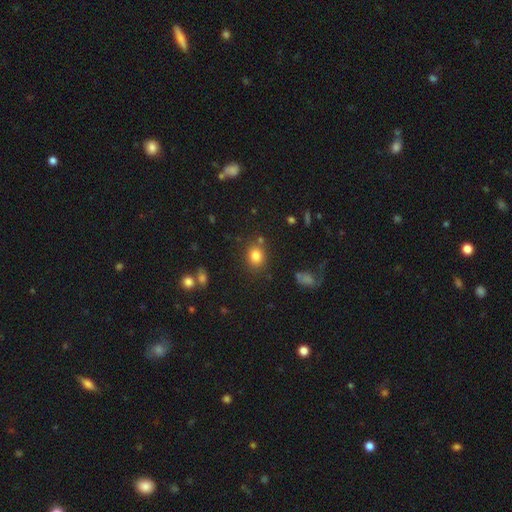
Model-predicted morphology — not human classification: A smooth galaxy with no disk features (82%) that is round (61%).

Vote fractions:
- Smooth or featured? smooth: 82% / star or artifact: 12% / featured or disk: 6%
- How rounded? round: 61% / in between: 38% / cigar-shaped: 1%
- Merging? none: 78% / minor disturbance: 11% / merger: 7% / major disturbance: 4%